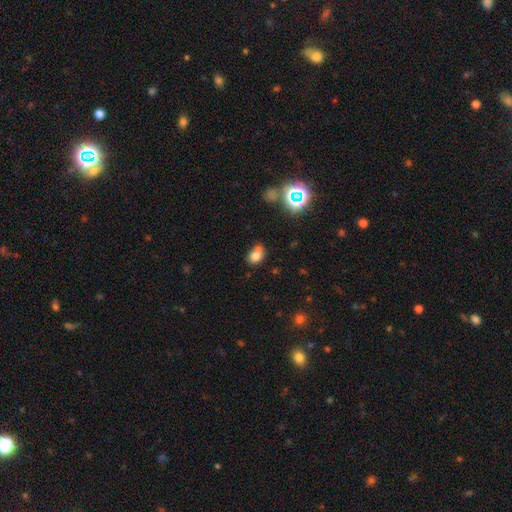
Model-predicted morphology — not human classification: smooth 75%, star or artifact 15%, featured or disk 10%. Down the decision tree: how rounded — in between (61%); merging — none (48%).